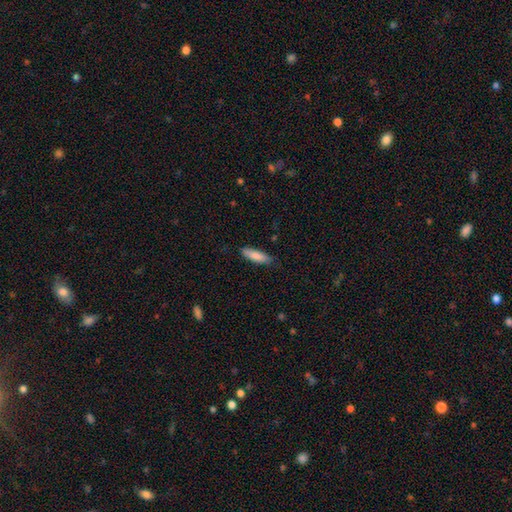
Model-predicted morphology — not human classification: A smooth galaxy with no disk features (84%) that is cigar-shaped (57%).

Vote fractions:
- Smooth or featured? smooth: 84% / featured or disk: 10% / star or artifact: 6%
- How rounded? cigar-shaped: 57% / in between: 41% / round: 1%
- Merging? none: 81% / minor disturbance: 15% / major disturbance: 3% / merger: 1%